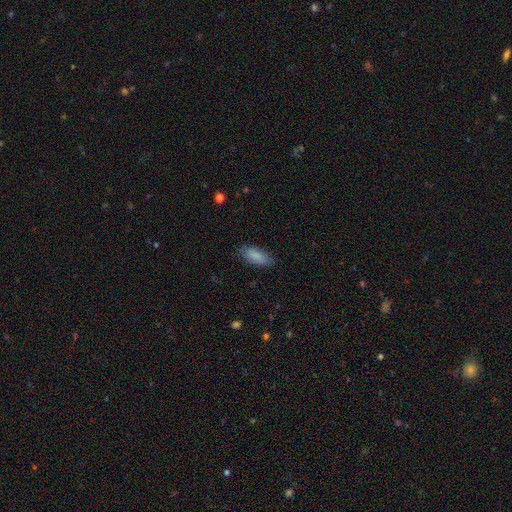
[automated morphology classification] Smooth or featured? smooth (86%)
How rounded? in between (85%)
Merging? none (75%)